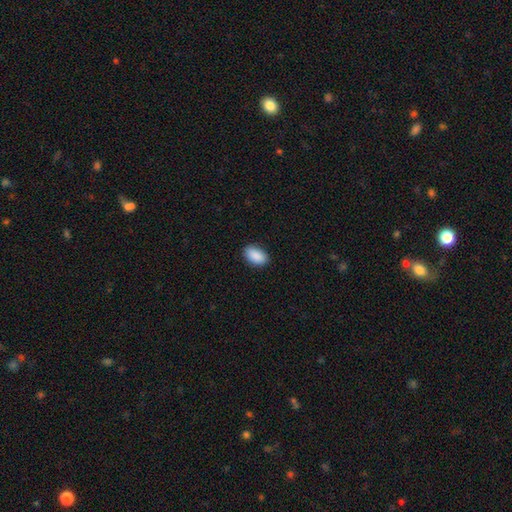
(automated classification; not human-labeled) Q: Smooth or featured?
A: smooth (91%); runner-up: star or artifact (6%)
Q: How rounded?
A: in between (94%); runner-up: round (5%)
Q: Merging?
A: none (87%); runner-up: minor disturbance (10%)